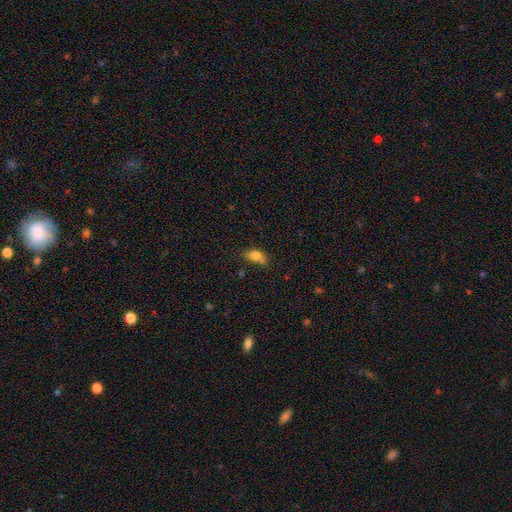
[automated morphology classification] Smooth or featured: smooth — 79% (featured or disk — 11%)
How rounded: in between — 79% (round — 15%)
Merging: none — 50% (minor disturbance — 29%)